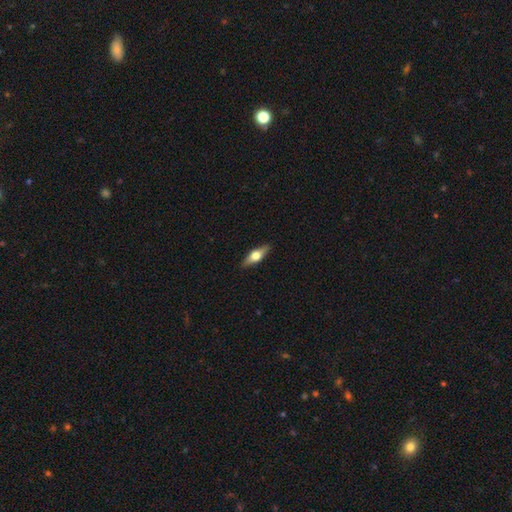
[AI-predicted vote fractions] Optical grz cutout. It shows a featured or disk galaxy (48%). Merging: none (89%).